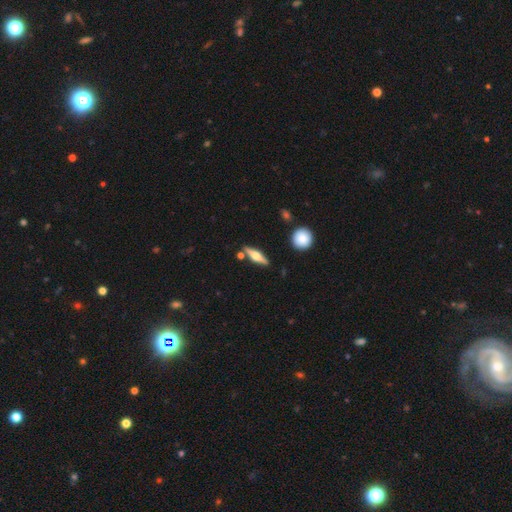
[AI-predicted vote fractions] featured or disk 63%, smooth 31%, star or artifact 6%. Down the decision tree: edge-on disk — yes (96%); edge-on bulge — rounded (92%); merging — none (84%).